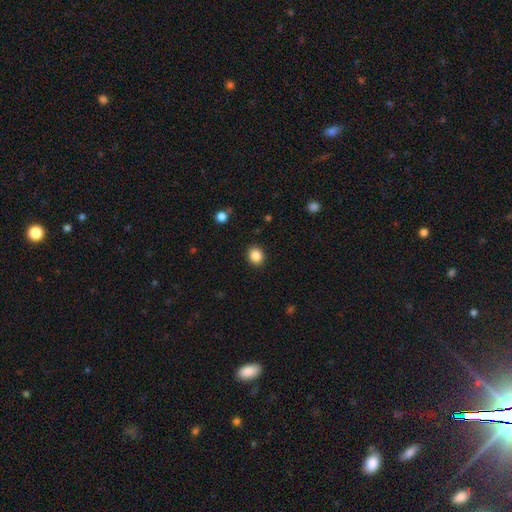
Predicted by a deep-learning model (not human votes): Smooth or featured?
  - smooth: 87% *
  - star or artifact: 10%
  - featured or disk: 4%
How rounded?
  - round: 73% *
  - in between: 26%
  - cigar-shaped: 1%
Merging?
  - none: 91% *
  - minor disturbance: 6%
  - major disturbance: 2%
  - merger: 1%